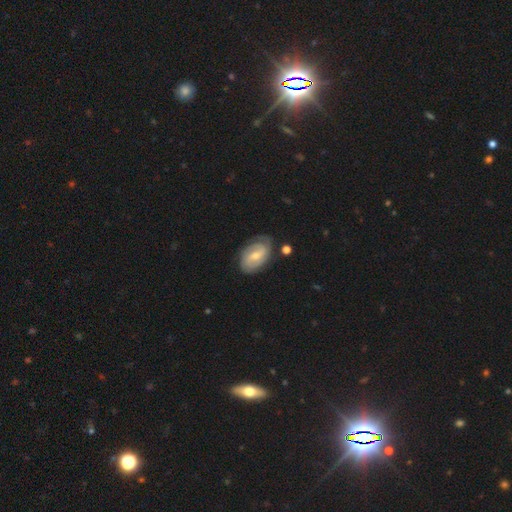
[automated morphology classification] This is likely a featured or disk galaxy (75%). It is clearly not viewed edge-on (96%). Bar: possibly weak (51%). Spiral arm pattern: clearly yes (93%). Spiral arm count: possibly 2 (47%). Spiral winding: possibly tight (55%). Central bulge: possibly small (55%). Merging: likely none (73%).